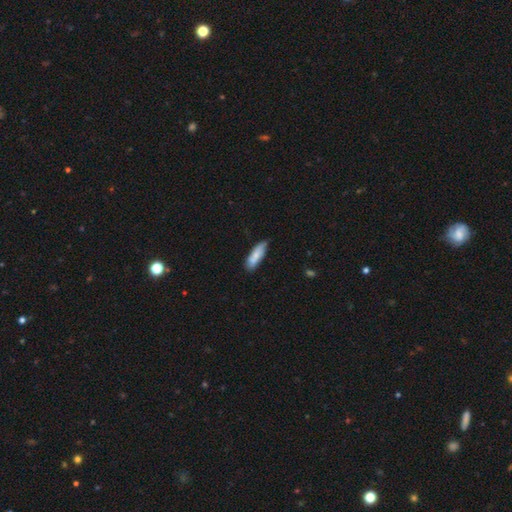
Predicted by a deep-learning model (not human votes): Smooth or featured? smooth (76%)
How rounded? cigar-shaped (51%)
Merging? none (67%)